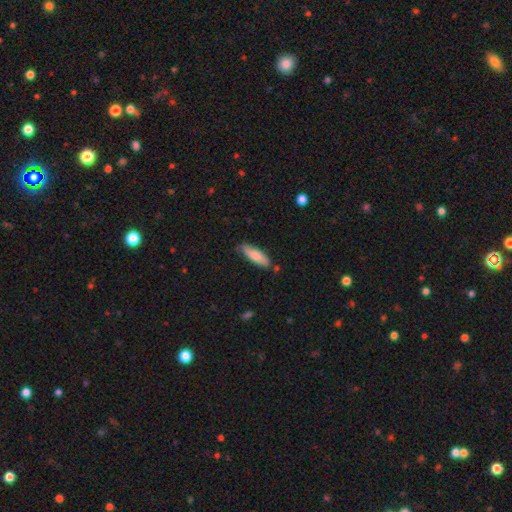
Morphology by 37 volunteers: type=smooth (73%); roundness=in between (52%); merging=none (71%).